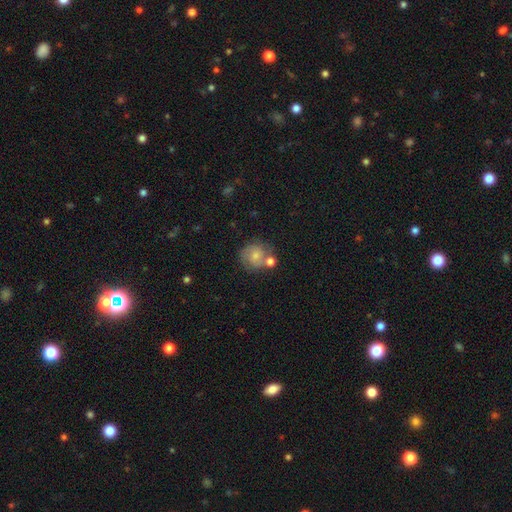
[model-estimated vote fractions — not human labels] Smooth or featured?
  - smooth: 50% *
  - featured or disk: 41%
  - star or artifact: 9%
Merging?
  - none: 53% *
  - merger: 24%
  - minor disturbance: 16%
  - major disturbance: 7%